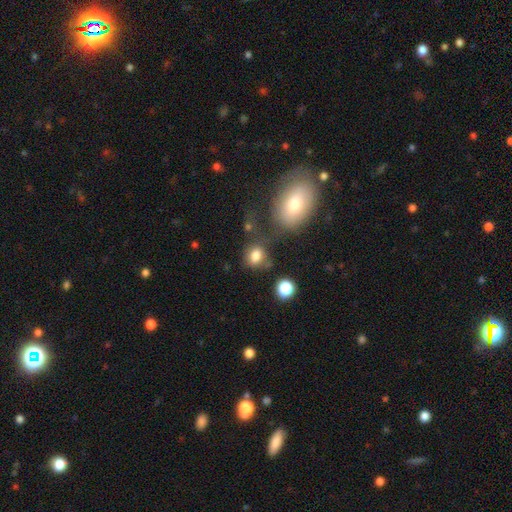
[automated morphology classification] The model was most divided on "how rounded": round: 51%, in between: 47%, cigar-shaped: 1%. More confident: smooth or featured — smooth (80%); merging — none (55%).